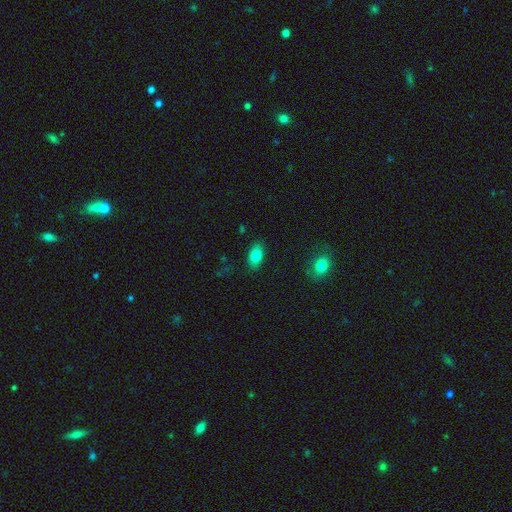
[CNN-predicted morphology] This appears to be a smooth galaxy with no disk features (80%) that is in between round and cigar-shaped (89%). Merging: none (85%).